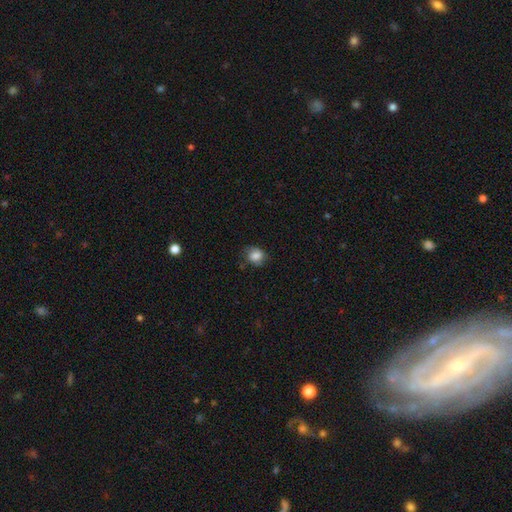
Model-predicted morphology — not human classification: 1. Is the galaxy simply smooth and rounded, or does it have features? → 78% smooth, 12% featured or disk, 9% star or artifact.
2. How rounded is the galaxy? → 57% round, 42% in between, 1% cigar-shaped.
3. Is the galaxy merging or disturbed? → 68% none, 24% minor disturbance, 7% major disturbance, 2% merger.